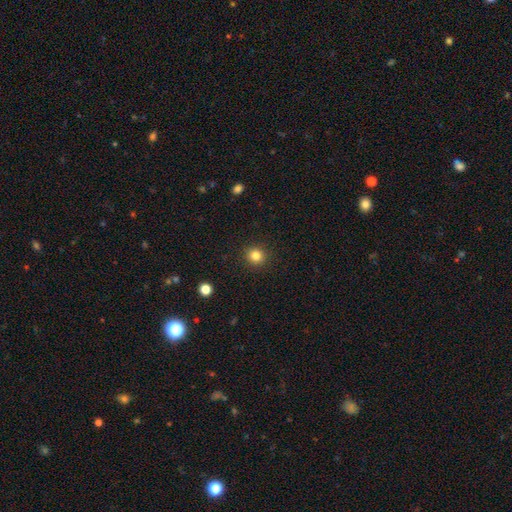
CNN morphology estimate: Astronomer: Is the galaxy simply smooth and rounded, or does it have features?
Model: smooth — 83%.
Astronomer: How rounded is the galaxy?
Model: round — 92%.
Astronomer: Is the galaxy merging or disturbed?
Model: none — 92%.